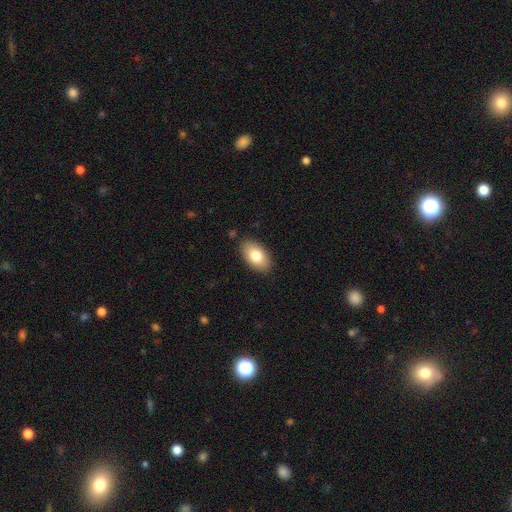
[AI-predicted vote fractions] Q: Smooth or featured?
A: smooth (79%); runner-up: featured or disk (14%)
Q: How rounded?
A: in between (93%); runner-up: round (5%)
Q: Merging?
A: none (87%); runner-up: minor disturbance (10%)